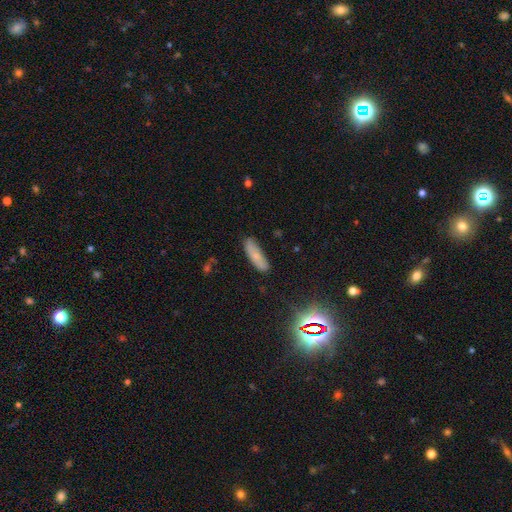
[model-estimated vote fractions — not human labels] smooth-or-featured: smooth: 68% | featured or disk: 20% | star or artifact: 12%
  how-rounded: cigar-shaped: 56% | in between: 42% | round: 2%
  merging: none: 78% | minor disturbance: 17% | major disturbance: 3% | merger: 2%